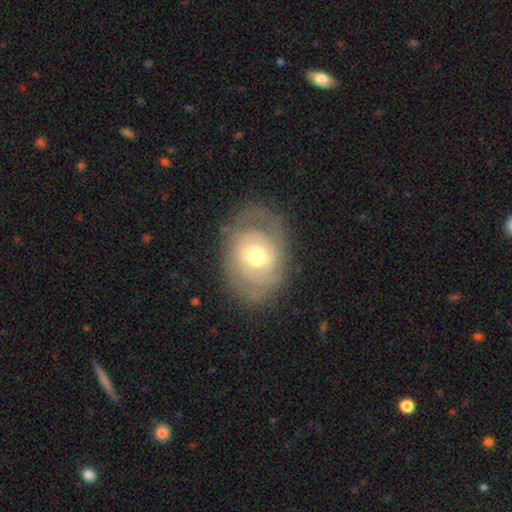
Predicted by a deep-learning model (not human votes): A featured or disk galaxy (72%) with no bar (61%), spiral arms (72%) and a moderate central bulge (71%).

Vote fractions:
- Smooth or featured? featured or disk: 72% / smooth: 22% / star or artifact: 6%
- Edge-on disk? no: 96% / yes: 4%
- Bar? no: 61% / weak: 31% / strong: 9%
- Spiral arms? yes: 72% / no: 28%
- Bulge size? moderate: 71% / small: 16% / large: 10% / dominant: 1% / none: 1%
- Merging? none: 73% / minor disturbance: 17% / major disturbance: 9% / merger: 1%